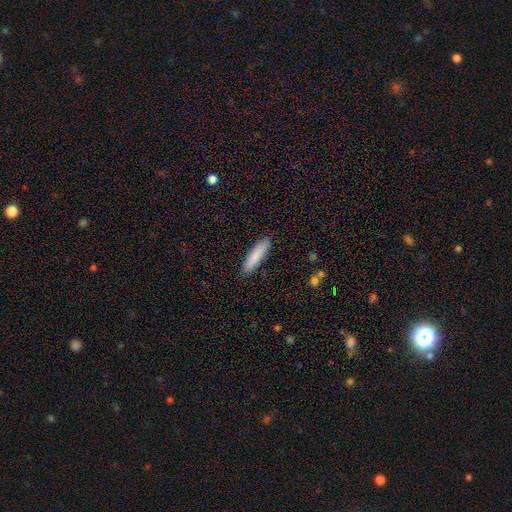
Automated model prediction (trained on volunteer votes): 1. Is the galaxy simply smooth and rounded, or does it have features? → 85% smooth, 9% featured or disk, 6% star or artifact.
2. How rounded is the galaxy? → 72% cigar-shaped, 27% in between, 1% round.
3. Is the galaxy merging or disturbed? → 89% none, 8% minor disturbance, 2% major disturbance, 1% merger.